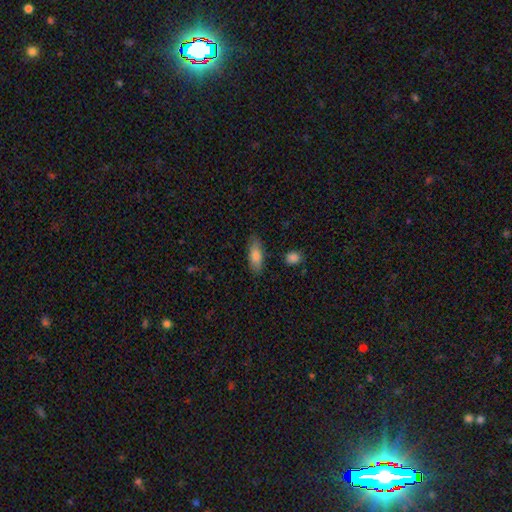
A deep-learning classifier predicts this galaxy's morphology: Overall: smooth (79%). How rounded: in between (64%; cigar-shaped 34%). Merging: none (84%).